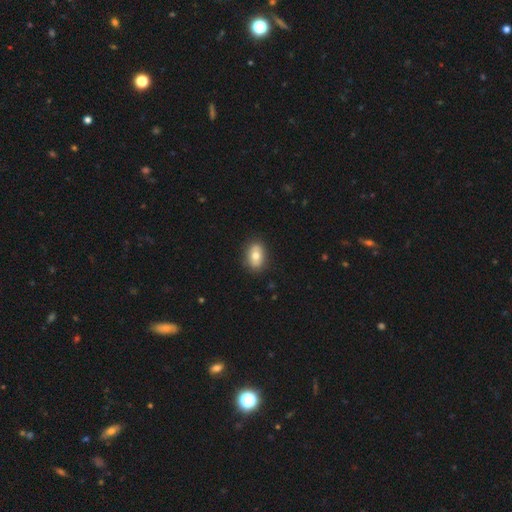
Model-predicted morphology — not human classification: smooth 72%, featured or disk 21%, star or artifact 8%. Down the decision tree: how rounded — in between (82%); merging — none (86%).